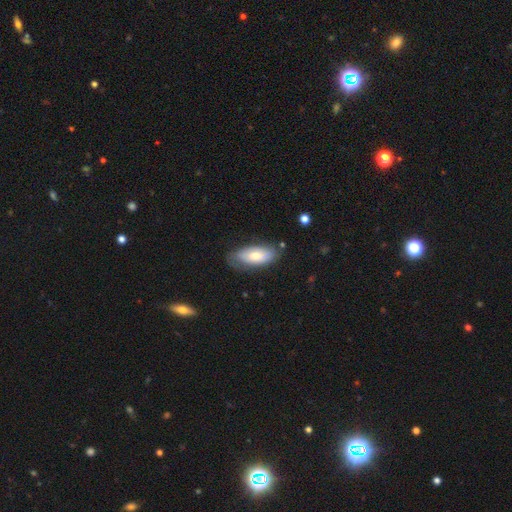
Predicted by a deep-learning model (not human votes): The model was most divided on "smooth or featured": smooth: 67%, featured or disk: 27%, star or artifact: 6%. More confident: how rounded — in between (86%); merging — none (69%).